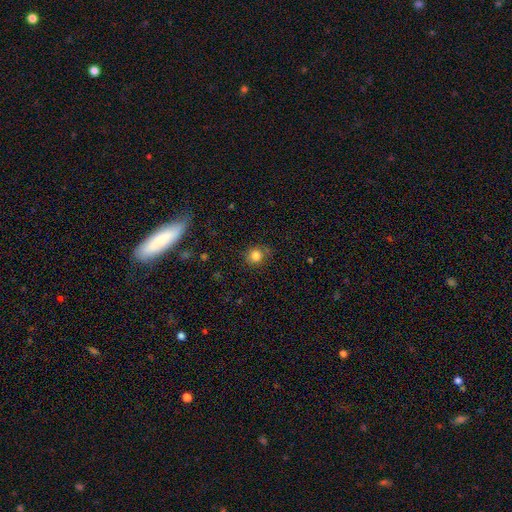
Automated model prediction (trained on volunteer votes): smooth_or_featured: smooth (p=0.82) [alt: star or artifact p=0.12]
how_rounded: round (p=0.84) [alt: in between p=0.15]
merging: none (p=0.78) [alt: minor disturbance p=0.16]